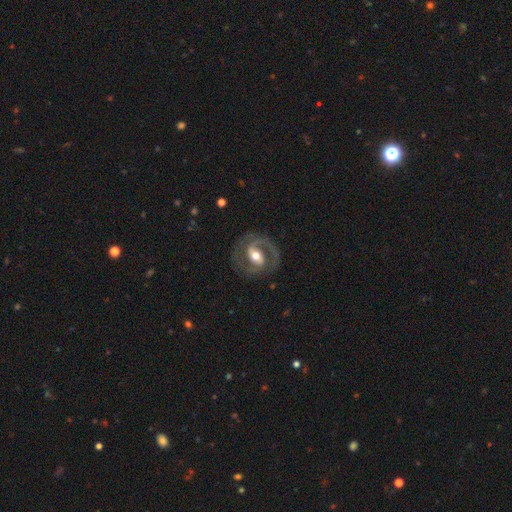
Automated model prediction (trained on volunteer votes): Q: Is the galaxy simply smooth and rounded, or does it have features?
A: featured or disk — 86%.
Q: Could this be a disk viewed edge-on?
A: no — 97%.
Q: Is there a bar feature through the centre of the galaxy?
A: weak — 41%.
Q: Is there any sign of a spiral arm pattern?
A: yes — 92%.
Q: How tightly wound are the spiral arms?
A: medium — 52%.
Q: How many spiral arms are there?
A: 2 — 84%.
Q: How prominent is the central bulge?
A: moderate — 71%.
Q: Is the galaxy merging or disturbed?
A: none — 78%.